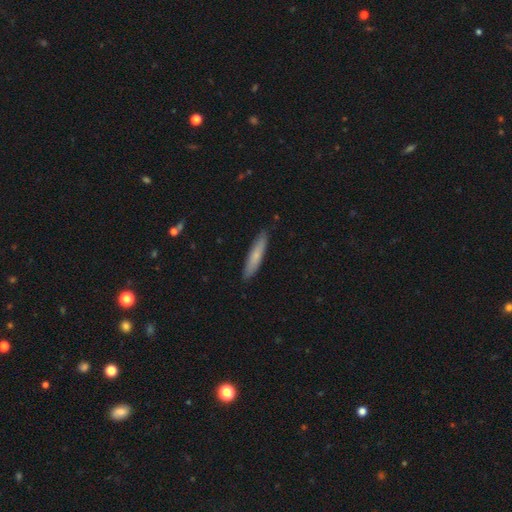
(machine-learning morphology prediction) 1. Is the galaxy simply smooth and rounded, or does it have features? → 70% smooth, 24% featured or disk, 6% star or artifact.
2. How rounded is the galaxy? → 88% cigar-shaped, 11% in between, 1% round.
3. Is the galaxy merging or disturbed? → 88% none, 9% minor disturbance, 2% major disturbance, 1% merger.